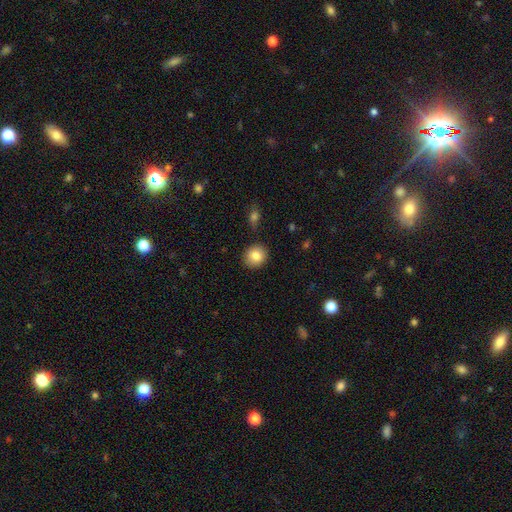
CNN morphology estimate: Smooth or featured: smooth — 84% (star or artifact — 9%)
How rounded: round — 81% (in between — 18%)
Merging: none — 88% (minor disturbance — 8%)